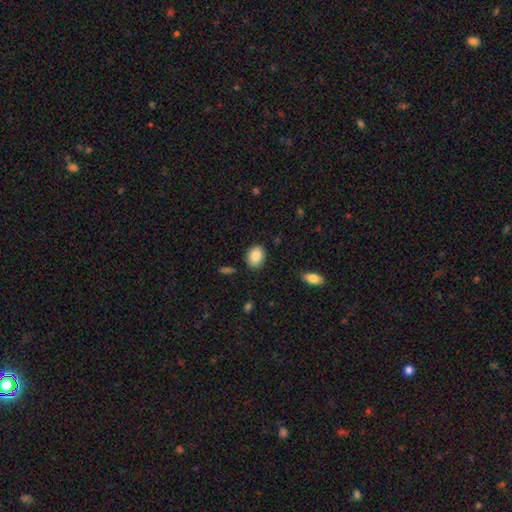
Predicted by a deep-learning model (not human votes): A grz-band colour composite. It shows a smooth galaxy with no disk features (86%) that is in between round and cigar-shaped (63%). Merging: none (86%).